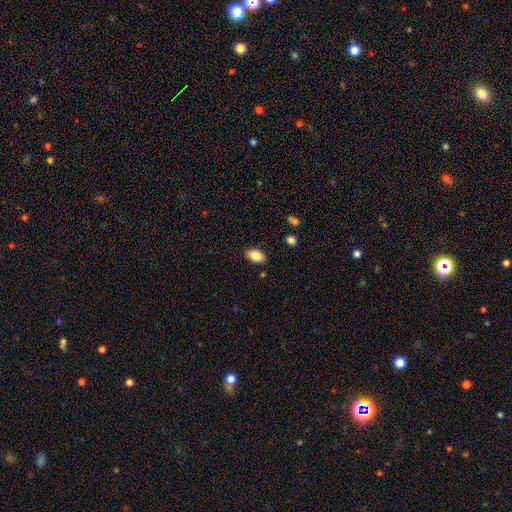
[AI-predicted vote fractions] Smooth or featured?
  - smooth: 86% *
  - star or artifact: 8%
  - featured or disk: 7%
How rounded?
  - in between: 92% *
  - round: 6%
  - cigar-shaped: 2%
Merging?
  - none: 87% *
  - minor disturbance: 9%
  - major disturbance: 2%
  - merger: 1%